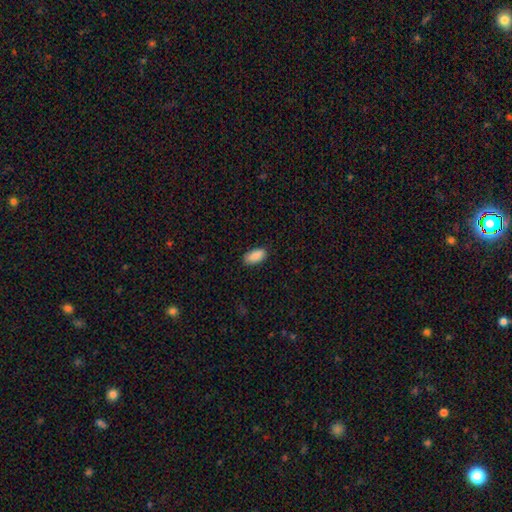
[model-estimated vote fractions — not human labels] Smooth or featured? smooth (90%)
How rounded? in between (93%)
Merging? none (85%)